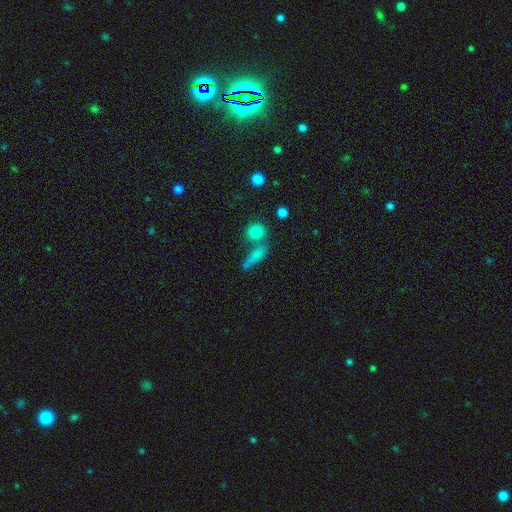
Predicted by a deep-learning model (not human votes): Smooth or featured? Predicted: smooth (p=0.71). How rounded? Predicted: cigar-shaped (p=0.47). Merging? Predicted: none (p=0.43).